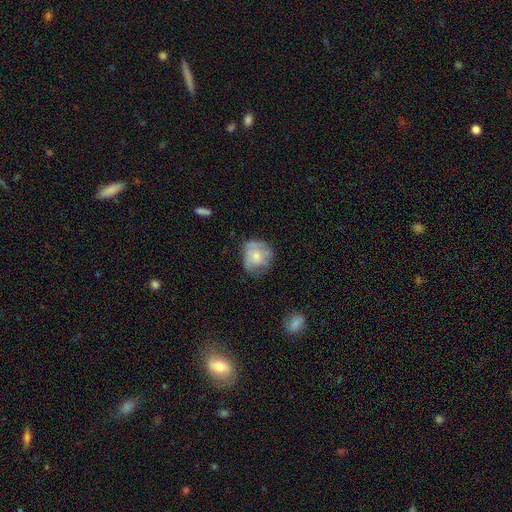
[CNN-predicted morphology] This appears to be a smooth galaxy with no disk features (49%). Merging: none (53%).